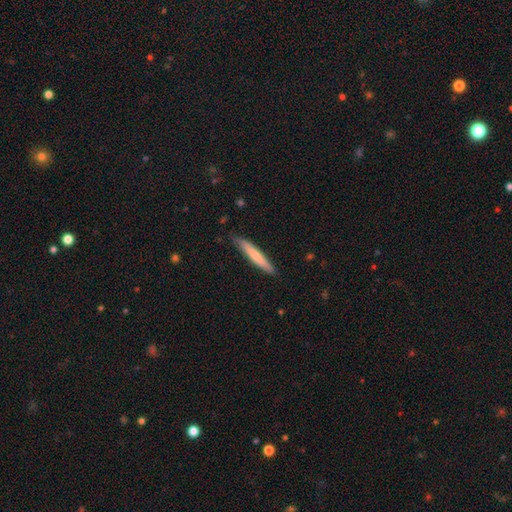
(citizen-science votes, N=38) Volunteers were most divided on "smooth or featured": smooth: 74%, featured or disk: 26%, star or artifact: 0%. More confident: how rounded — cigar-shaped (96%); merging — none (92%).